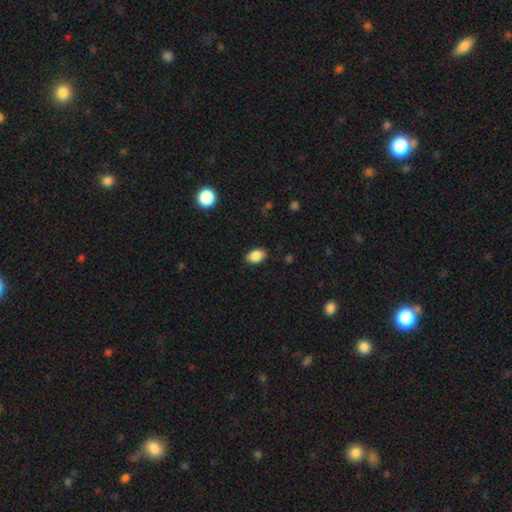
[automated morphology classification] A smooth galaxy with no disk features (88%) that is in between round and cigar-shaped (88%). Merging: none (85%).